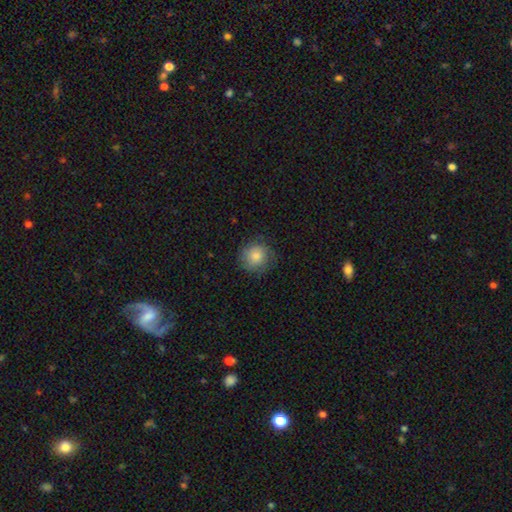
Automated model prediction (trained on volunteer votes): A smooth galaxy with no disk features (79%) that is round (91%).

Vote fractions:
- Smooth or featured? smooth: 79% / featured or disk: 13% / star or artifact: 8%
- How rounded? round: 91% / in between: 8% / cigar-shaped: 1%
- Merging? none: 79% / minor disturbance: 15% / major disturbance: 5% / merger: 1%